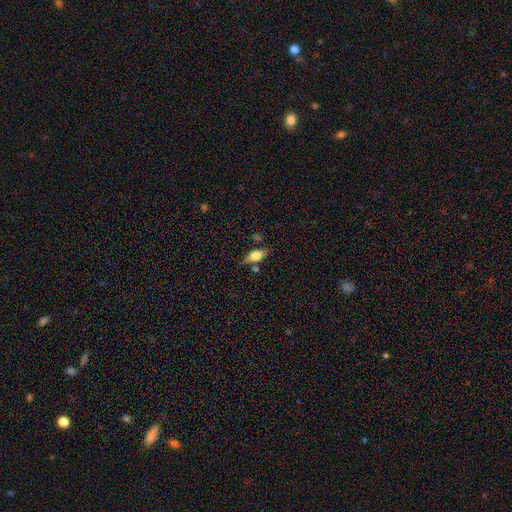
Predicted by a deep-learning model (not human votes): smooth 72%, featured or disk 20%, star or artifact 8%. Down the decision tree: how rounded — in between (82%); merging — none (66%).